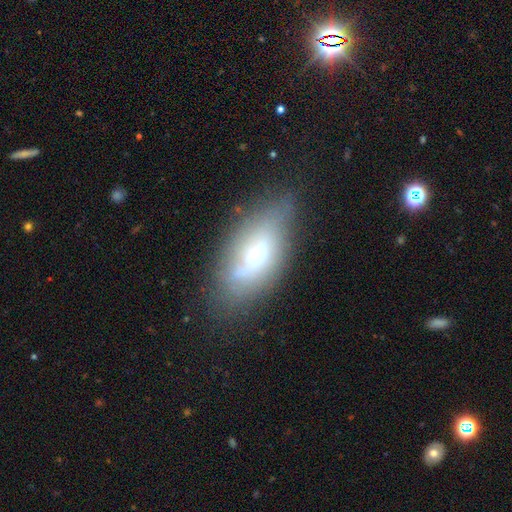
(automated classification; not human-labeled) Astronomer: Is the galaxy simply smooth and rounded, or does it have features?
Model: smooth — 46% (runner-up: featured or disk, 44%).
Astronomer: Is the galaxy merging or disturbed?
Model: none — 59%.